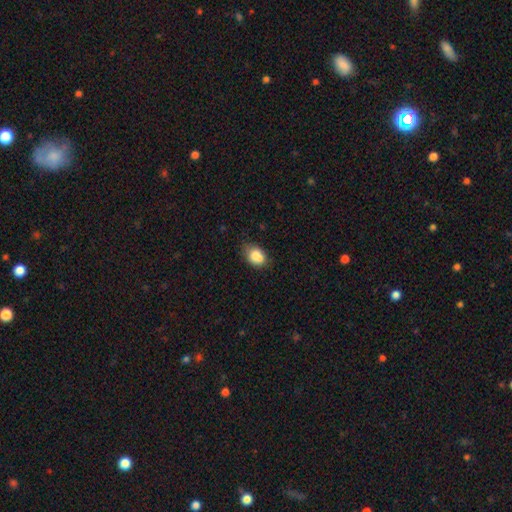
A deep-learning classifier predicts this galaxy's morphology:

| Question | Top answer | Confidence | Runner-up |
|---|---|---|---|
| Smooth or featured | smooth | 83% | star or artifact (9%) |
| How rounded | in between | 71% | round (28%) |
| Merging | none | 56% | minor disturbance (27%) |